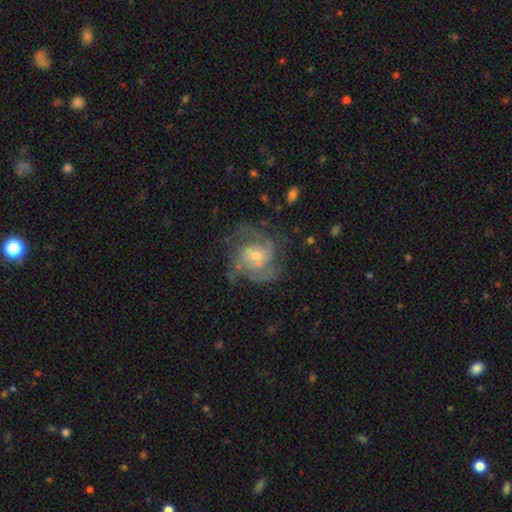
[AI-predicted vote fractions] smooth_or_featured: featured or disk (p=0.79) [alt: smooth p=0.14]
disk_edge_on: no (p=0.98) [alt: yes p=0.02]
bar: no (p=0.60) [alt: weak p=0.35]
has_spiral_arms: yes (p=0.90) [alt: no p=0.10]
spiral_winding: medium (p=0.46) [alt: tight p=0.38]
spiral_arm_count: 2 (p=0.32) [alt: can't tell p=0.26]
bulge_size: moderate (p=0.48) [alt: small p=0.46]
merging: none (p=0.57) [alt: minor disturbance p=0.20]